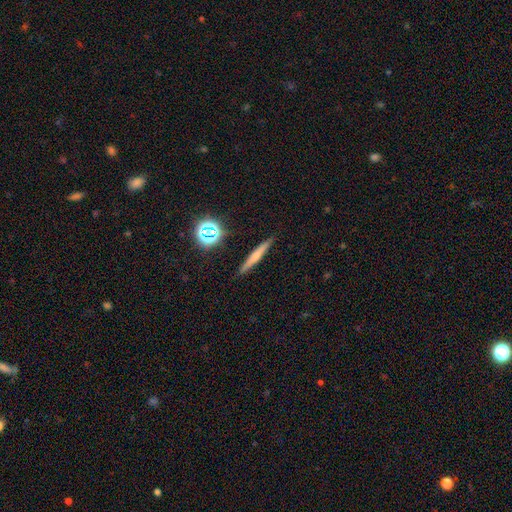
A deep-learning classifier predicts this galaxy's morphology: type=smooth (52%); roundness=cigar-shaped (92%); merging=none (89%).